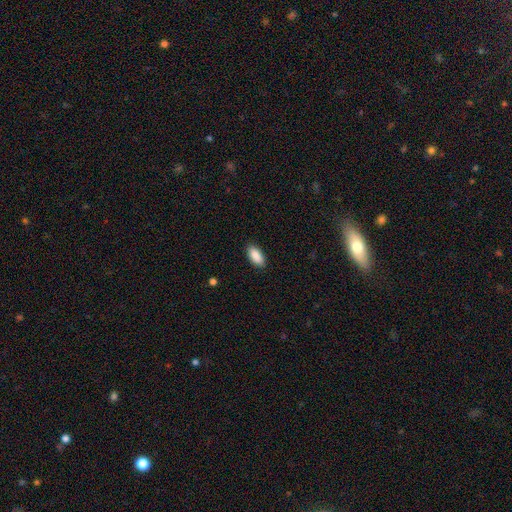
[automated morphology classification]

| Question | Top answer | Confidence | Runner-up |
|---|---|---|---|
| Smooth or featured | smooth | 90% | star or artifact (6%) |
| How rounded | in between | 90% | cigar-shaped (8%) |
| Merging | none | 89% | minor disturbance (8%) |